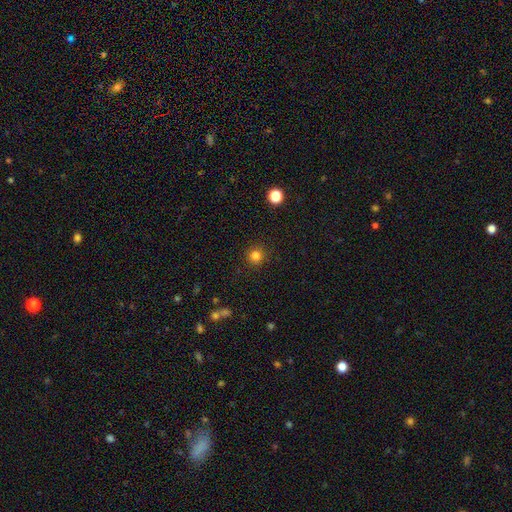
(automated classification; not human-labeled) This appears to be a smooth galaxy with no disk features (81%) that is round (93%). Merging: none (90%).